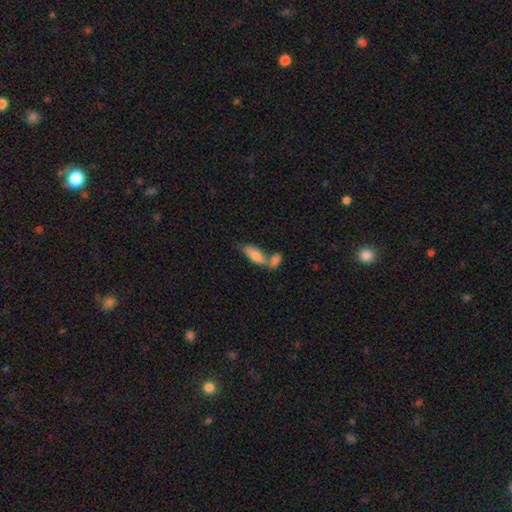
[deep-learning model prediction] A smooth galaxy with no disk features (76%) that is in between round and cigar-shaped (78%).

Vote fractions:
- Smooth or featured? smooth: 76% / featured or disk: 18% / star or artifact: 6%
- How rounded? in between: 78% / cigar-shaped: 20% / round: 2%
- Merging? merger: 49% / none: 34% / minor disturbance: 12% / major disturbance: 5%